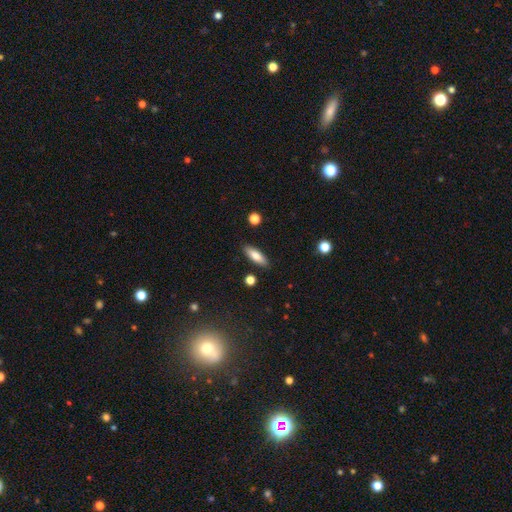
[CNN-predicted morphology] A smooth galaxy with no disk features (78%) that is in between round and cigar-shaped (52%).

Vote fractions:
- Smooth or featured? smooth: 78% / featured or disk: 15% / star or artifact: 7%
- How rounded? in between: 52% / cigar-shaped: 45% / round: 2%
- Merging? none: 88% / minor disturbance: 8% / major disturbance: 2% / merger: 2%